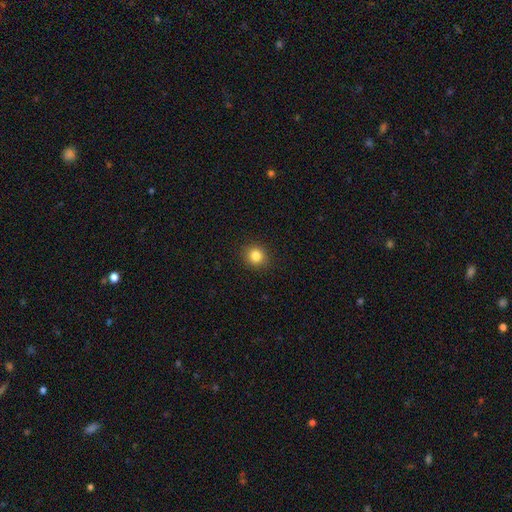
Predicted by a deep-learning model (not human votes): Morphology: type=smooth (83%); roundness=round (85%); merging=none (91%).